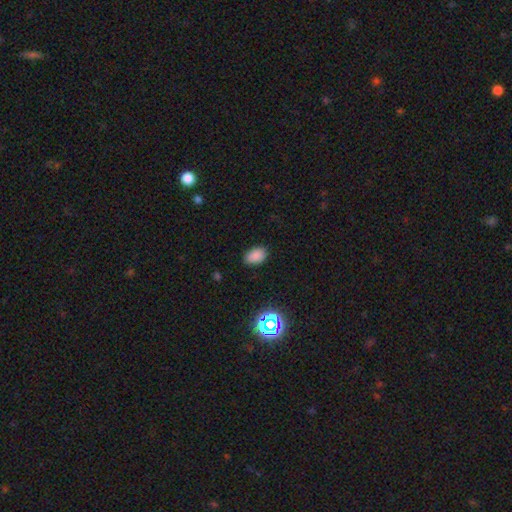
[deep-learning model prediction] Morphology: type=smooth (82%); roundness=in between (88%); merging=none (85%).